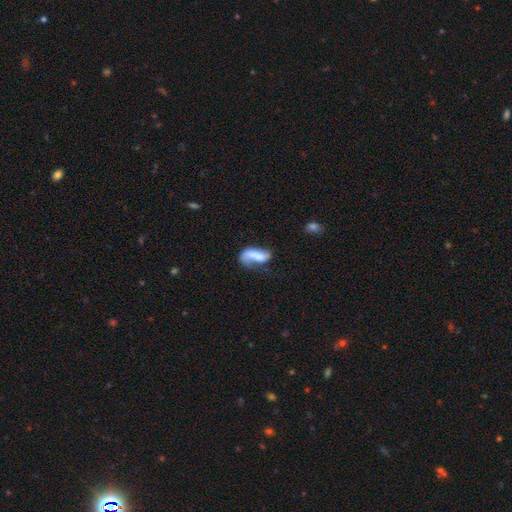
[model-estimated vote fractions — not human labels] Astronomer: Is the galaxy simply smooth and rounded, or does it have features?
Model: smooth — 53% (runner-up: featured or disk, 39%).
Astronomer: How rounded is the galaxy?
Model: in between — 79%.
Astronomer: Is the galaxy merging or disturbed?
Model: none — 35% (runner-up: major disturbance, 31%).